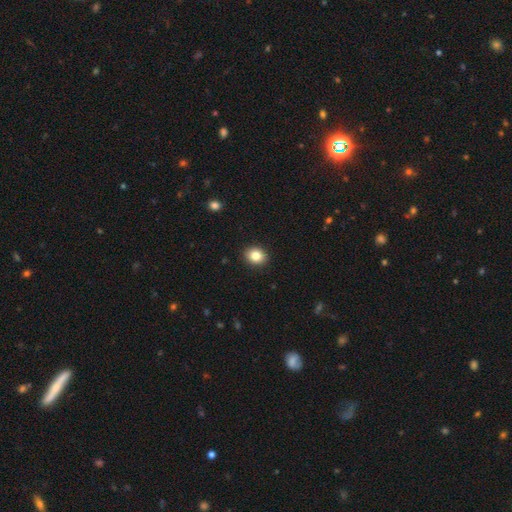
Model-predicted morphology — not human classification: Q: Smooth or featured?
A: smooth (83%); runner-up: star or artifact (10%)
Q: How rounded?
A: round (57%); runner-up: in between (42%)
Q: Merging?
A: none (91%); runner-up: minor disturbance (6%)